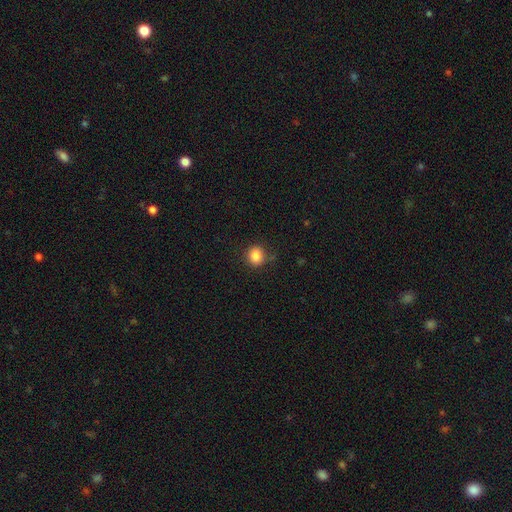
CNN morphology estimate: This is clearly a smooth galaxy (85%). How rounded: likely round (77%). Merging: clearly none (82%).